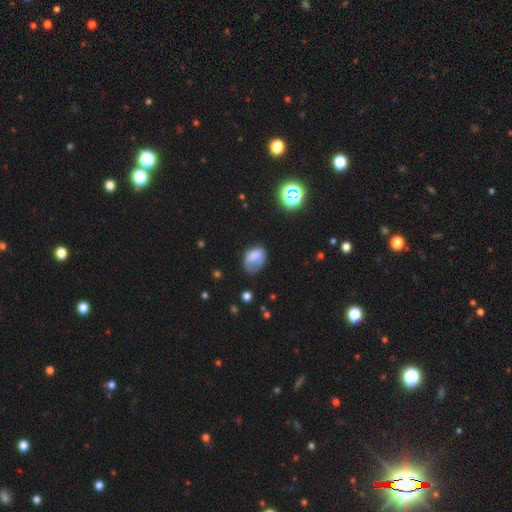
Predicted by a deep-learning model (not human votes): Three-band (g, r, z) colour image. It shows a smooth galaxy with no disk features (72%) that is in between round and cigar-shaped (77%). Merging: none (39%).